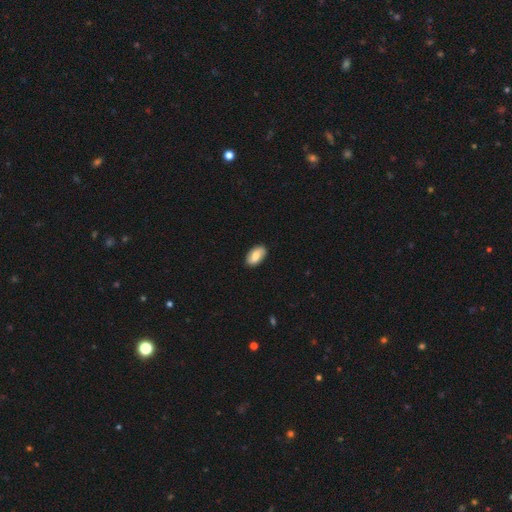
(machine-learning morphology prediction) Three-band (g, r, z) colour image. It shows a smooth galaxy with no disk features (63%) that is in between round and cigar-shaped (93%). Merging: none (88%).